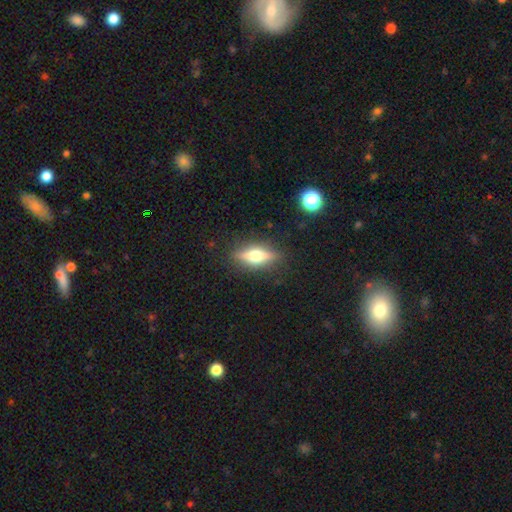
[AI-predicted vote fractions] Morphology: type=featured or disk (53%); edge-on=yes (90%); merging=none (86%).